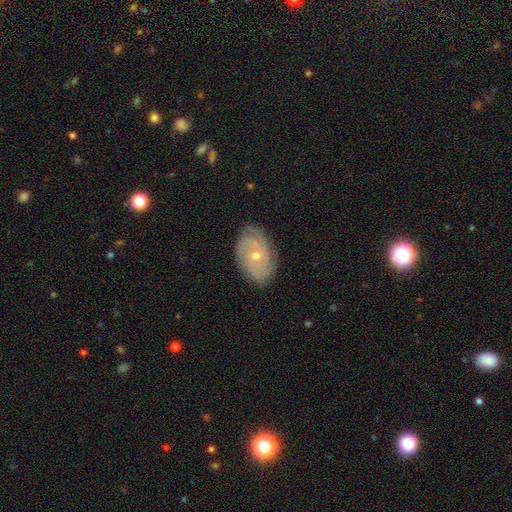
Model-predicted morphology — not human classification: A featured or disk galaxy (75%) with no bar (74%), tight (65%) spiral arms (89%) and a small central bulge (55%).

Vote fractions:
- Smooth or featured? featured or disk: 75% / smooth: 18% / star or artifact: 7%
- Edge-on disk? no: 95% / yes: 5%
- Bar? no: 74% / weak: 22% / strong: 4%
- Spiral arms? yes: 89% / no: 11%
- Spiral winding? tight: 65% / medium: 27% / loose: 8%
- Spiral arm count? can't tell: 37% / 2: 26% / 3: 19% / 4: 8% / 1: 5% / more than 4: 5%
- Bulge size? small: 55% / moderate: 43% / large: 1% / none: 1% / dominant: 1%
- Merging? none: 78% / minor disturbance: 17% / major disturbance: 4% / merger: 1%